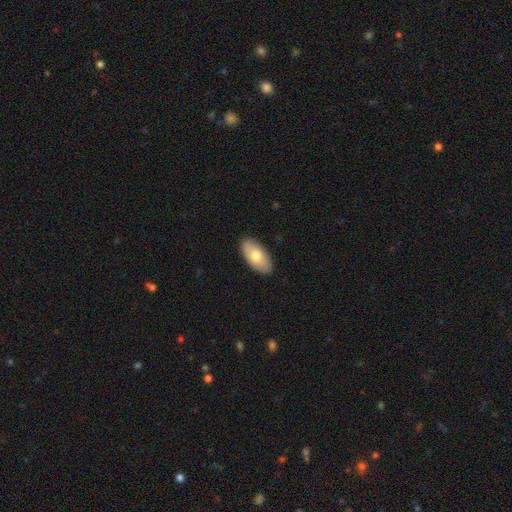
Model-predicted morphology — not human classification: A smooth galaxy with no disk features (74%) that is in between round and cigar-shaped (94%).

Vote fractions:
- Smooth or featured? smooth: 74% / featured or disk: 21% / star or artifact: 6%
- How rounded? in between: 94% / cigar-shaped: 4% / round: 2%
- Merging? none: 88% / minor disturbance: 9% / major disturbance: 2% / merger: 1%